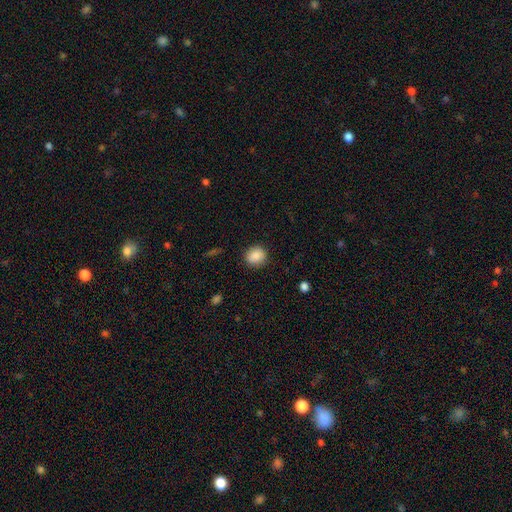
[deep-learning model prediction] Smooth or featured? Predicted: smooth (p=0.88). How rounded? Predicted: round (p=0.80). Merging? Predicted: none (p=0.88).